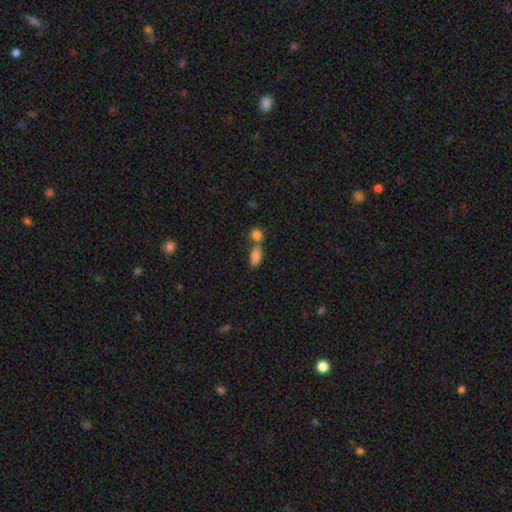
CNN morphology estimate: The model was most divided on "merging": merger: 45%, none: 40%, minor disturbance: 10%, major disturbance: 4%. More confident: how rounded — in between (88%); smooth or featured — smooth (85%).